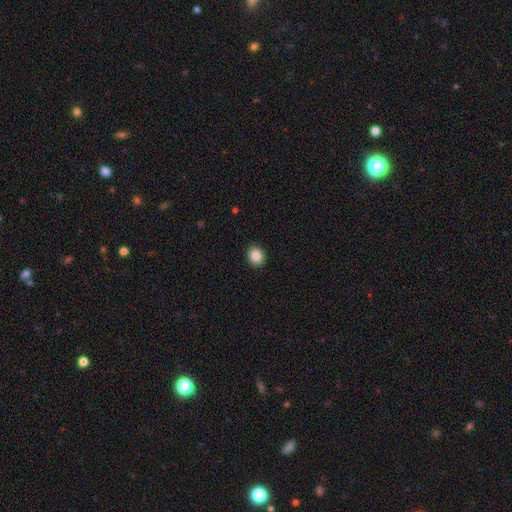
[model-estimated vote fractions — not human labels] smooth-or-featured: smooth: 86% | star or artifact: 9% | featured or disk: 5%
  how-rounded: round: 66% | in between: 33% | cigar-shaped: 1%
  merging: none: 91% | minor disturbance: 6% | major disturbance: 2% | merger: 1%